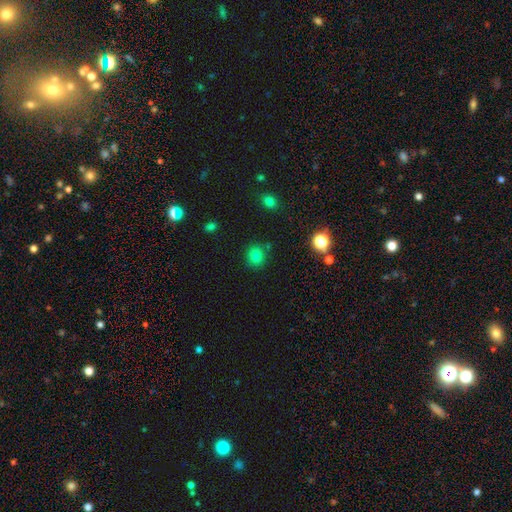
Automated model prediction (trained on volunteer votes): This appears to be a smooth galaxy with no disk features (80%) that is round (82%). Merging: none (83%).